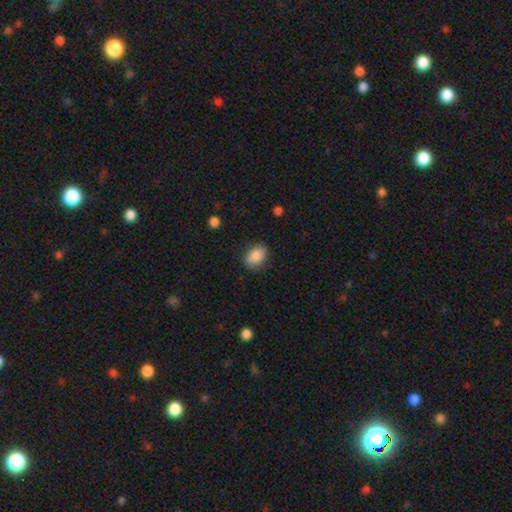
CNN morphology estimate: A smooth galaxy with no disk features (86%) that is in between round and cigar-shaped (80%).

Vote fractions:
- Smooth or featured? smooth: 86% / star or artifact: 7% / featured or disk: 7%
- How rounded? in between: 80% / round: 19% / cigar-shaped: 1%
- Merging? none: 81% / minor disturbance: 15% / major disturbance: 3% / merger: 1%